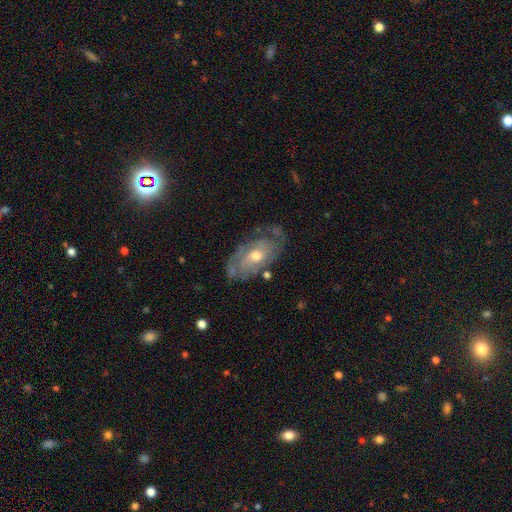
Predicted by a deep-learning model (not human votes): smooth_or_featured: featured or disk (p=0.73) [alt: smooth p=0.21]
disk_edge_on: no (p=0.92) [alt: yes p=0.08]
bar: no (p=0.74) [alt: weak p=0.22]
has_spiral_arms: yes (p=0.77) [alt: no p=0.23]
spiral_winding: tight (p=0.59) [alt: medium p=0.30]
spiral_arm_count: can't tell (p=0.47) [alt: 2 p=0.34]
bulge_size: moderate (p=0.68) [alt: small p=0.27]
merging: none (p=0.64) [alt: minor disturbance p=0.23]